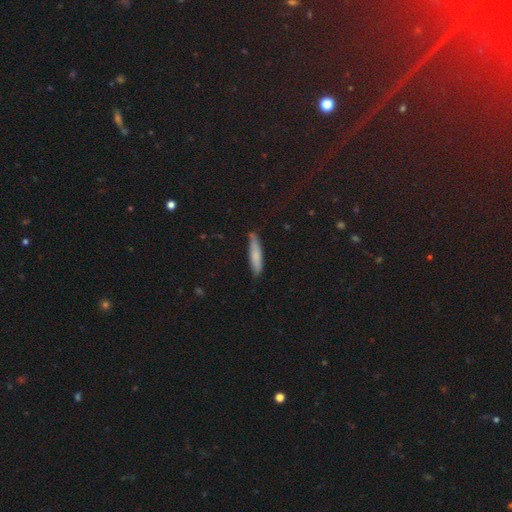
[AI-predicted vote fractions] Smooth or featured: smooth — 76% (featured or disk — 17%)
How rounded: cigar-shaped — 84% (in between — 15%)
Merging: none — 75% (minor disturbance — 19%)